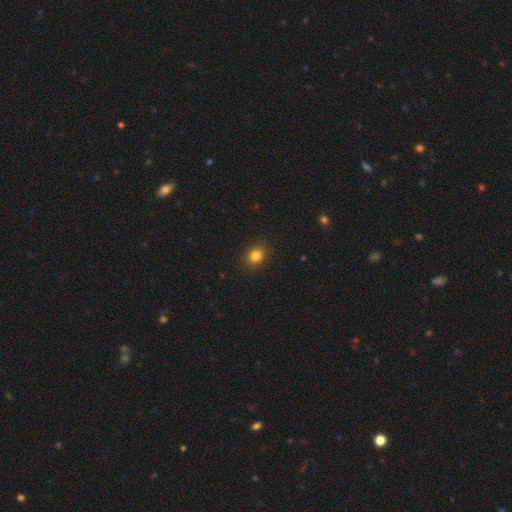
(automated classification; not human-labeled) Q: Smooth or featured?
A: smooth (83%); runner-up: star or artifact (13%)
Q: How rounded?
A: round (74%); runner-up: in between (26%)
Q: Merging?
A: none (90%); runner-up: minor disturbance (7%)